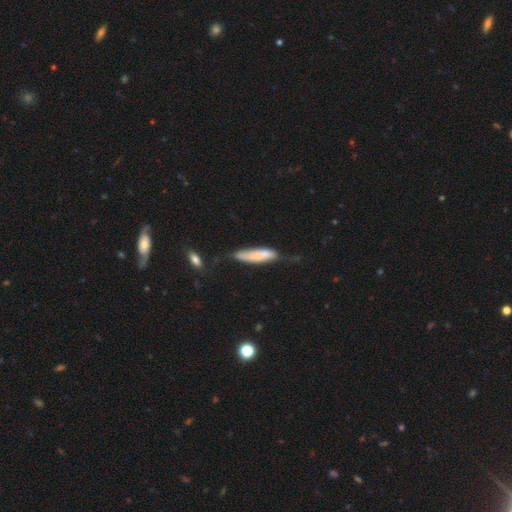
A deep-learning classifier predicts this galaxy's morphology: This appears to be a smooth galaxy with no disk features (70%) that is cigar-shaped (74%). Merging: none (44%).